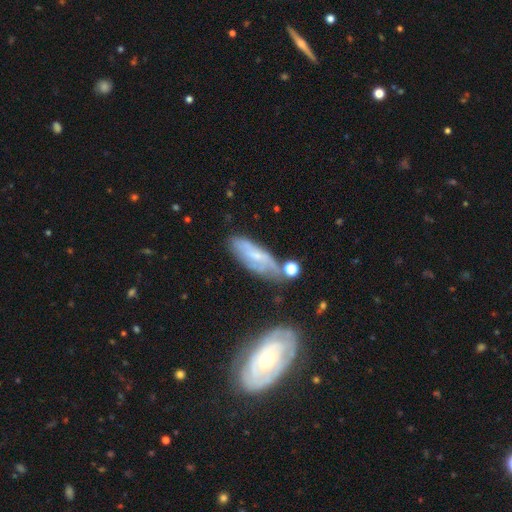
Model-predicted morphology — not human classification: Smooth or featured?
  - featured or disk: 57% *
  - smooth: 35%
  - star or artifact: 8%
Edge-on disk?
  - no: 77% *
  - yes: 23%
Merging?
  - none: 55% *
  - minor disturbance: 24%
  - merger: 10%
  - major disturbance: 10%